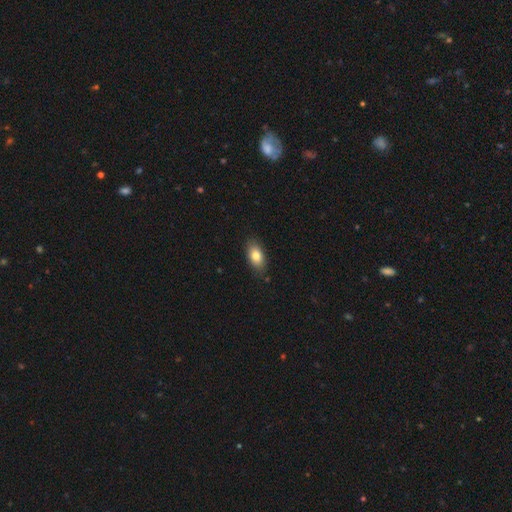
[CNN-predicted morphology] A smooth galaxy with no disk features (80%) that is in between round and cigar-shaped (90%). Merging: none (85%).